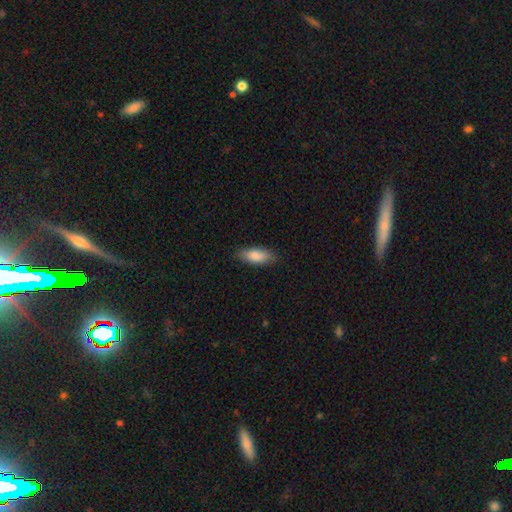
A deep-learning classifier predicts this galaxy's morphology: smooth 86%, featured or disk 9%, star or artifact 6%. Down the decision tree: how rounded — in between (76%); merging — none (83%).